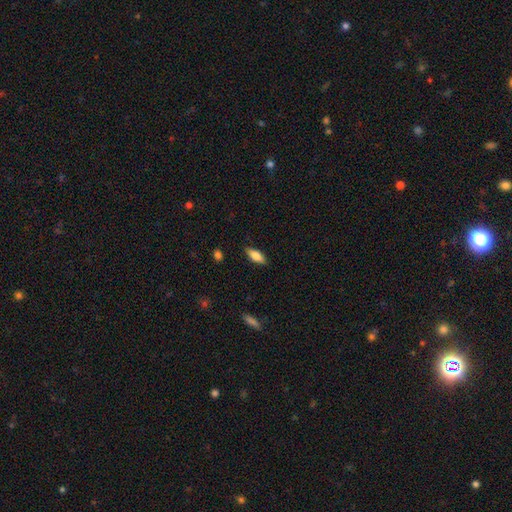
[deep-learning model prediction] Overall: smooth (77%). How rounded: in between (76%). Merging: none (86%).